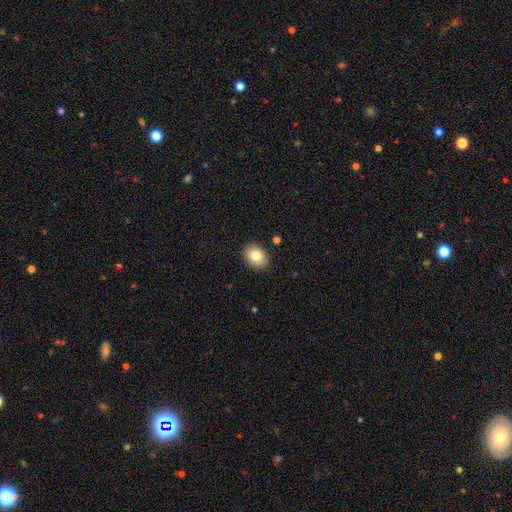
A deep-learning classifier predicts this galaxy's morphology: smooth_or_featured: smooth (p=0.82) [alt: featured or disk p=0.09]
how_rounded: in between (p=0.59) [alt: round p=0.40]
merging: none (p=0.89) [alt: minor disturbance p=0.08]